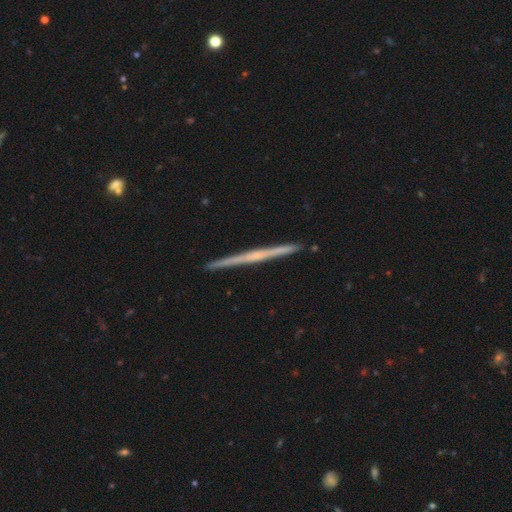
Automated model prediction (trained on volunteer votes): A featured or disk galaxy (73%) viewed edge-on (98%) with no central bulge (60%).

Vote fractions:
- Smooth or featured? featured or disk: 73% / smooth: 22% / star or artifact: 5%
- Edge-on disk? yes: 98% / no: 2%
- Edge-on bulge? none: 60% / rounded: 32% / boxy: 8%
- Merging? none: 93% / minor disturbance: 5% / merger: 1% / major disturbance: 1%